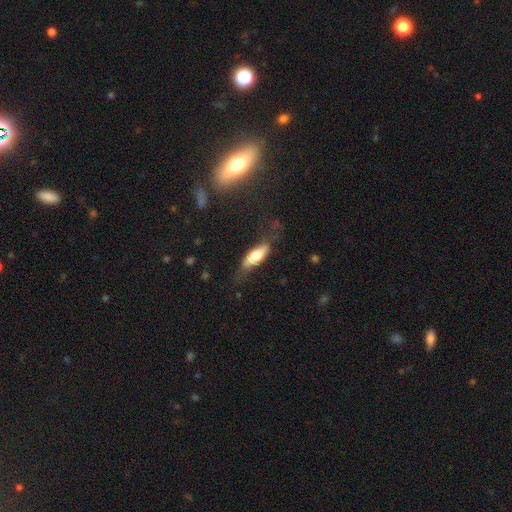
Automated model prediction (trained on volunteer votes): smooth_or_featured: smooth (p=0.60) [alt: featured or disk p=0.34]
how_rounded: in between (p=0.60) [alt: cigar-shaped p=0.38]
merging: none (p=0.54) [alt: minor disturbance p=0.27]